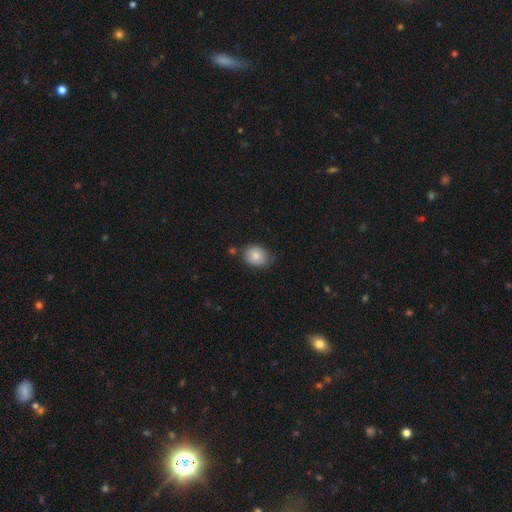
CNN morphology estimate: A smooth galaxy with no disk features (83%) that is in between round and cigar-shaped (55%).

Vote fractions:
- Smooth or featured? smooth: 83% / featured or disk: 9% / star or artifact: 8%
- How rounded? in between: 55% / round: 44% / cigar-shaped: 1%
- Merging? none: 66% / minor disturbance: 25% / major disturbance: 5% / merger: 4%